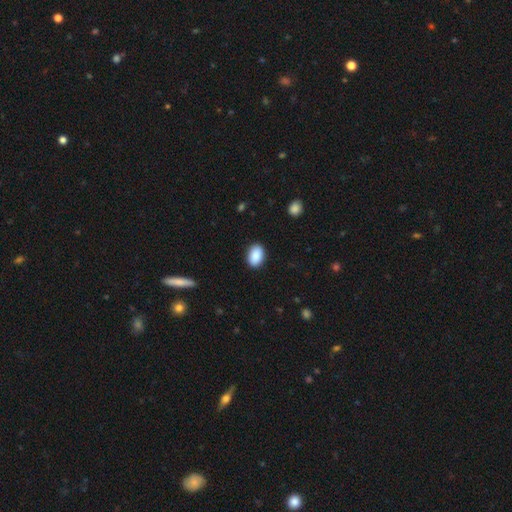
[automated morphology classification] type=smooth (90%); roundness=in between (87%); merging=none (89%).